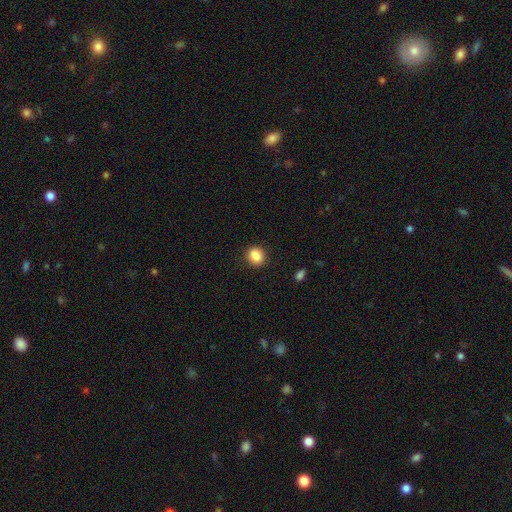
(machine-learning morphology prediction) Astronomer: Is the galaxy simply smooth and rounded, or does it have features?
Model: smooth — 88%.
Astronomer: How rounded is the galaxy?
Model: round — 70%.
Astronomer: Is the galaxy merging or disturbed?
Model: none — 89%.